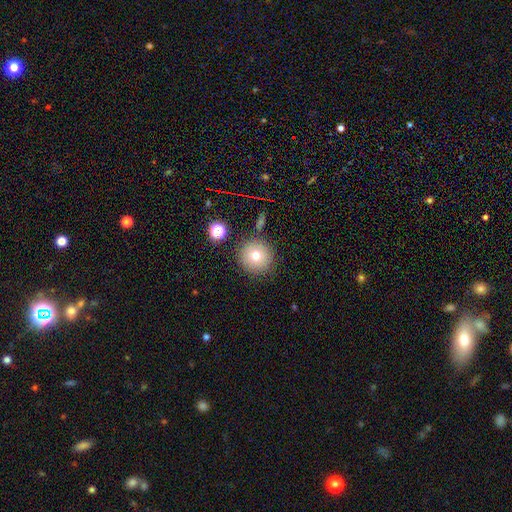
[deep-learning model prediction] A smooth galaxy with no disk features (74%) that is round (95%). Merging: none (84%).